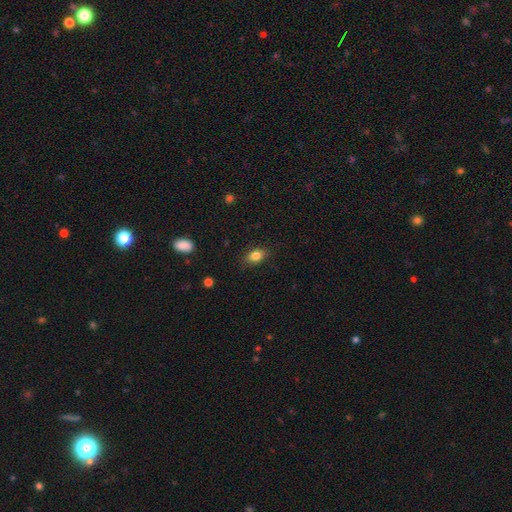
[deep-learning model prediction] The model was most divided on "how rounded": in between: 78%, round: 19%, cigar-shaped: 2%. More confident: smooth or featured — smooth (84%); merging — none (82%).